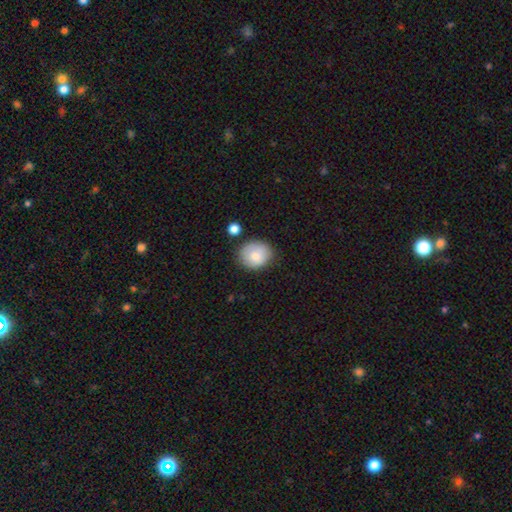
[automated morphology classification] Smooth or featured? smooth (82%)
How rounded? round (69%)
Merging? none (72%)